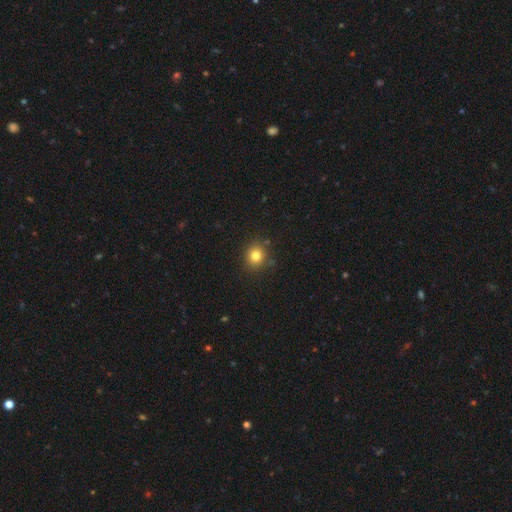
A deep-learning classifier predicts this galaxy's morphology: smooth_or_featured: smooth (p=0.79) [alt: star or artifact p=0.14]
how_rounded: round (p=0.82) [alt: in between p=0.17]
merging: none (p=0.87) [alt: minor disturbance p=0.09]